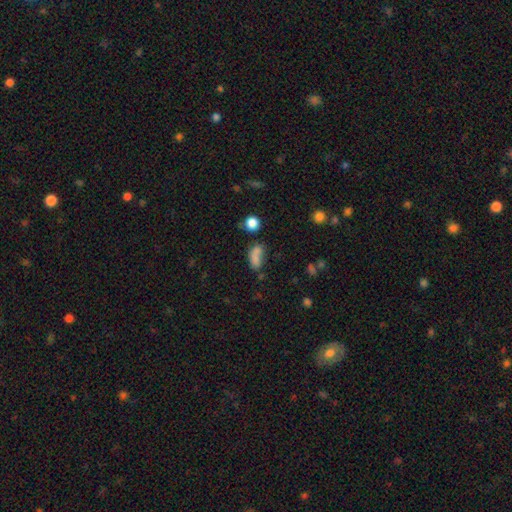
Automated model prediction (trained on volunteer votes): The model was most divided on "merging": none: 38%, merger: 26%, minor disturbance: 21%, major disturbance: 15%. More confident: how rounded — in between (78%); smooth or featured — smooth (74%).